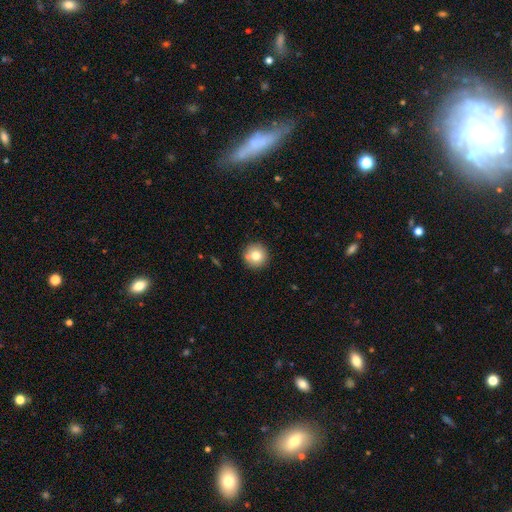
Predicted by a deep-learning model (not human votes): A smooth galaxy with no disk features (77%) that is round (95%). Merging: none (85%).